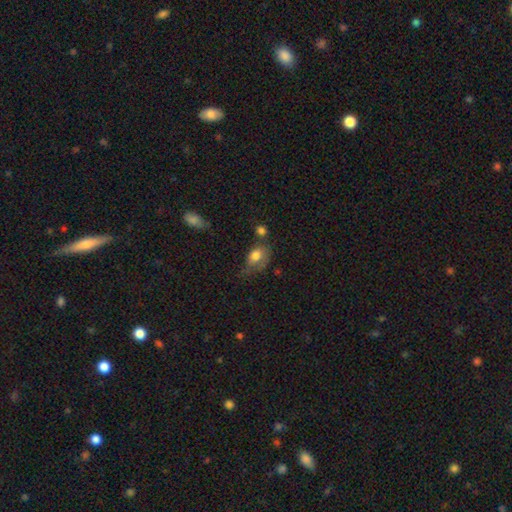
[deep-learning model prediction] A smooth galaxy with no disk features (77%) that is in between round and cigar-shaped (77%).

Vote fractions:
- Smooth or featured? smooth: 77% / featured or disk: 15% / star or artifact: 8%
- How rounded? in between: 77% / round: 21% / cigar-shaped: 2%
- Merging? none: 36% / minor disturbance: 34% / major disturbance: 19% / merger: 11%